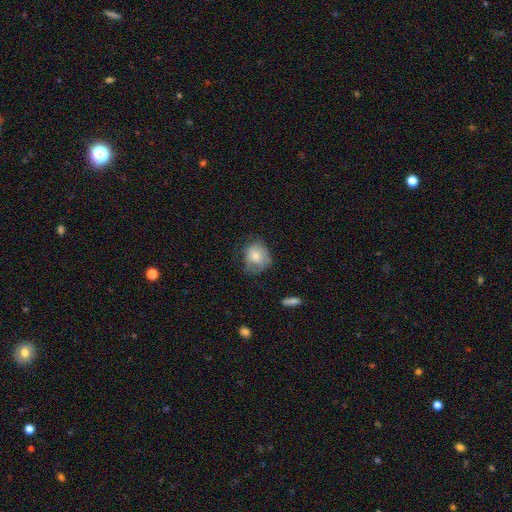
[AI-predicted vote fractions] The model was most divided on "merging": none: 45%, minor disturbance: 33%, major disturbance: 20%, merger: 2%. More confident: smooth or featured — smooth (73%); how rounded — round (67%).